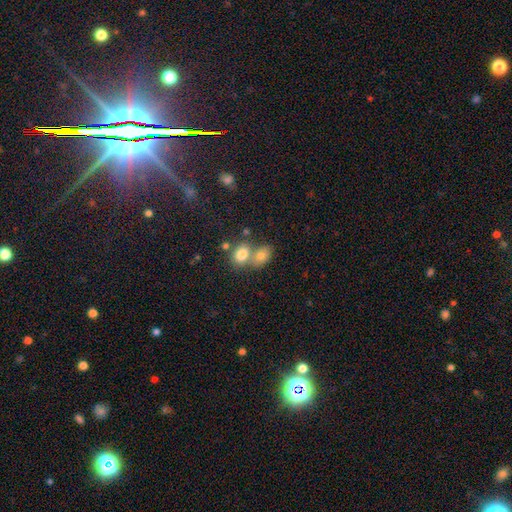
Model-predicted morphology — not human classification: This appears to be a smooth galaxy with no disk features (71%) that is in between round and cigar-shaped (51%). Merging: merger (58%).